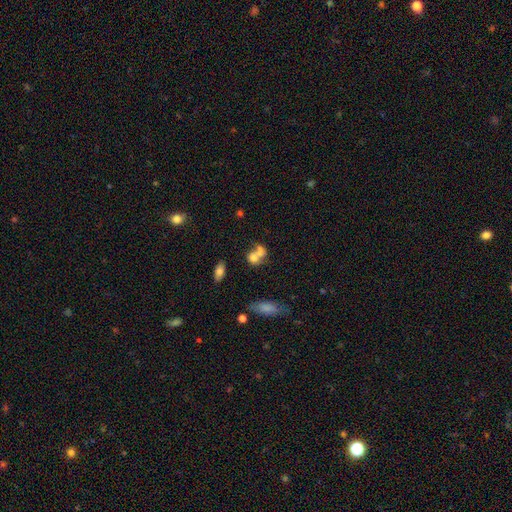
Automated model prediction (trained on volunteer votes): This appears to be a smooth galaxy with no disk features (65%) that is in between round and cigar-shaped (54%). Merging: merger (64%).